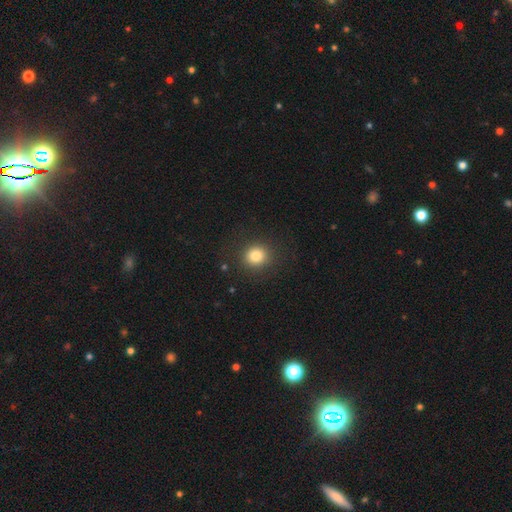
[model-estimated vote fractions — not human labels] smooth 82%, star or artifact 12%, featured or disk 6%. Down the decision tree: how rounded — round (88%); merging — none (88%).